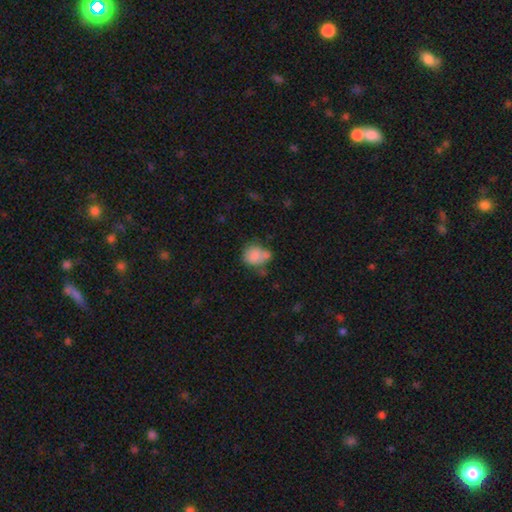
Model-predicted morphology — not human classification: Smooth or featured? Predicted: smooth (p=0.78). How rounded? Predicted: round (p=0.58). Merging? Predicted: none (p=0.36).